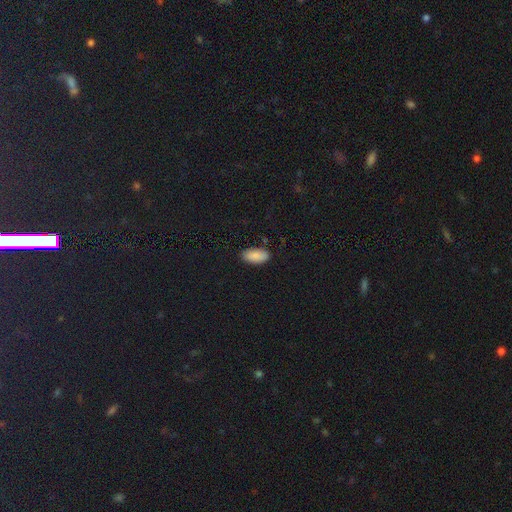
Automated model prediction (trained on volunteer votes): smooth 89%, star or artifact 7%, featured or disk 4%. Down the decision tree: how rounded — in between (93%); merging — none (86%).